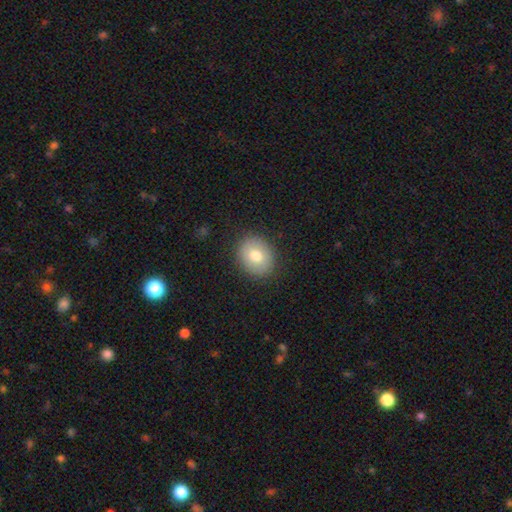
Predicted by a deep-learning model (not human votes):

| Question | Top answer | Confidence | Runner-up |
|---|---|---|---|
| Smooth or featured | smooth | 75% | featured or disk (17%) |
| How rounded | round | 61% | in between (38%) |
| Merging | none | 88% | minor disturbance (9%) |